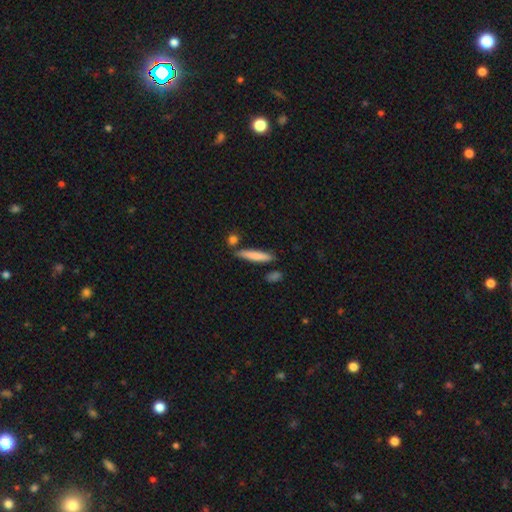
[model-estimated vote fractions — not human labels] smooth-or-featured: smooth: 78% | featured or disk: 16% | star or artifact: 6%
  how-rounded: cigar-shaped: 89% | in between: 9% | round: 2%
  merging: none: 80% | minor disturbance: 11% | merger: 6% | major disturbance: 3%